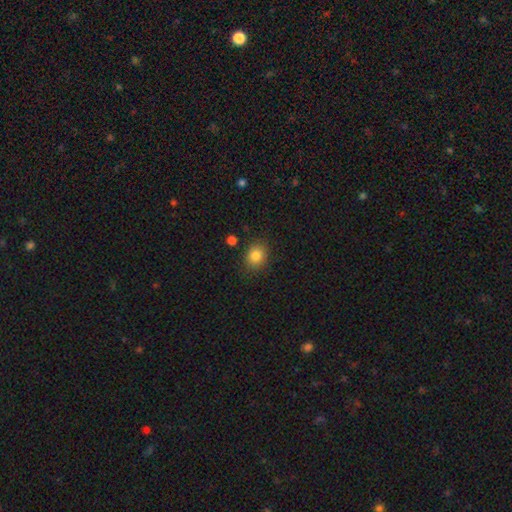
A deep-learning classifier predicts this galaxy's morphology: smooth_or_featured: smooth (p=0.84) [alt: star or artifact p=0.10]
how_rounded: round (p=0.59) [alt: in between p=0.40]
merging: none (p=0.84) [alt: minor disturbance p=0.10]